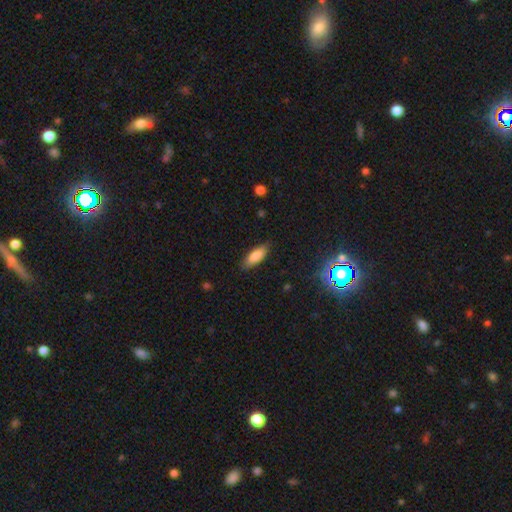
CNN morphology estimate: Smooth or featured? smooth (83%)
How rounded? in between (69%)
Merging? none (83%)